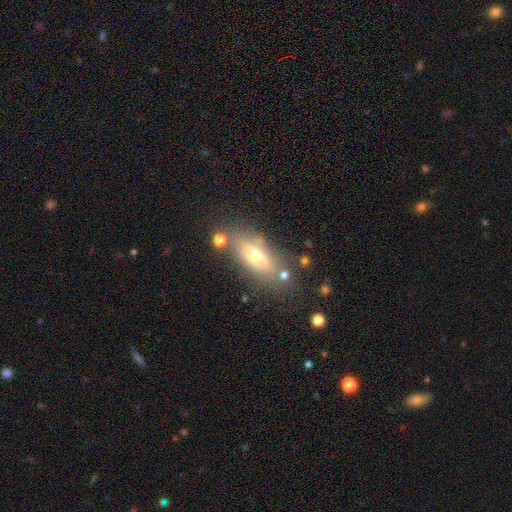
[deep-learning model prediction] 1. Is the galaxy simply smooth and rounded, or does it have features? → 51% smooth, 37% featured or disk, 11% star or artifact.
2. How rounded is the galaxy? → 59% in between, 37% cigar-shaped, 5% round.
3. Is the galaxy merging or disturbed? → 69% none, 16% minor disturbance, 8% merger, 7% major disturbance.